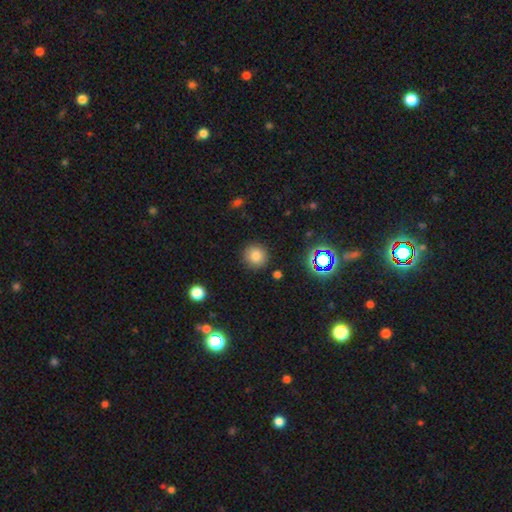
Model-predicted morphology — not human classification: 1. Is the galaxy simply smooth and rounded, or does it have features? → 78% smooth, 15% star or artifact, 7% featured or disk.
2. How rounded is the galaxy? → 93% round, 6% in between, 1% cigar-shaped.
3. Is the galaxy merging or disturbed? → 89% none, 7% minor disturbance, 2% major disturbance, 2% merger.